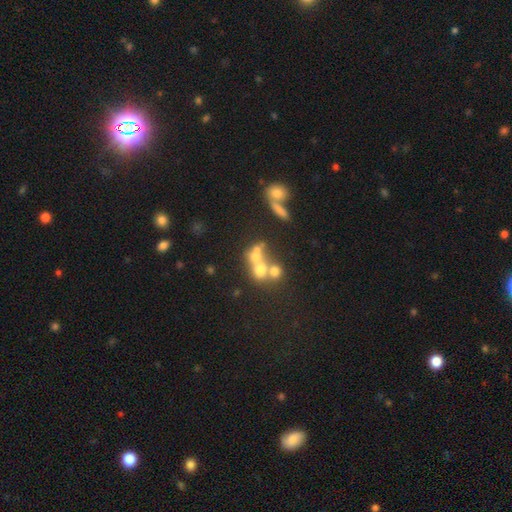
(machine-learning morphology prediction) A smooth galaxy with no disk features (55%) that is round (68%).

Vote fractions:
- Smooth or featured? smooth: 55% / featured or disk: 26% / star or artifact: 18%
- How rounded? round: 68% / in between: 29% / cigar-shaped: 3%
- Merging? merger: 55% / none: 30% / minor disturbance: 8% / major disturbance: 7%